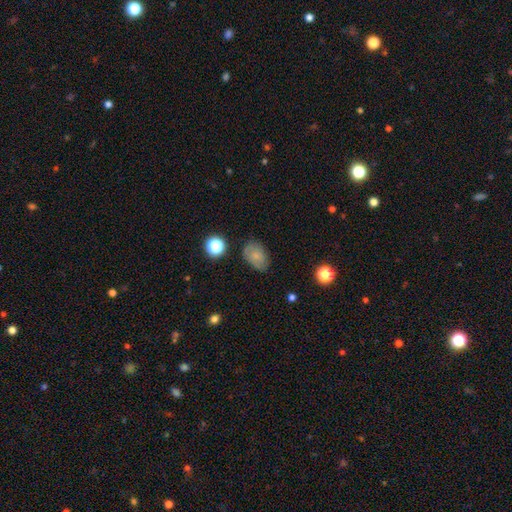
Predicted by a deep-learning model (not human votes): smooth-or-featured: smooth: 73% | featured or disk: 16% | star or artifact: 11%
  how-rounded: in between: 84% | round: 15% | cigar-shaped: 1%
  merging: none: 73% | minor disturbance: 20% | major disturbance: 5% | merger: 2%